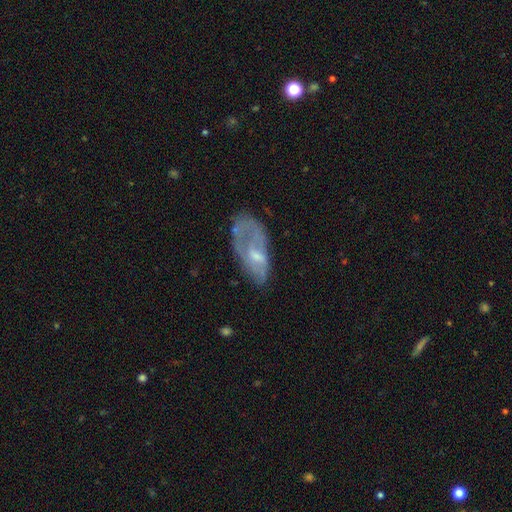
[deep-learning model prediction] Overall: featured or disk (53%; smooth 39%). Edge-on disk: no (89%). Merging: none (42%; minor disturbance 28%).